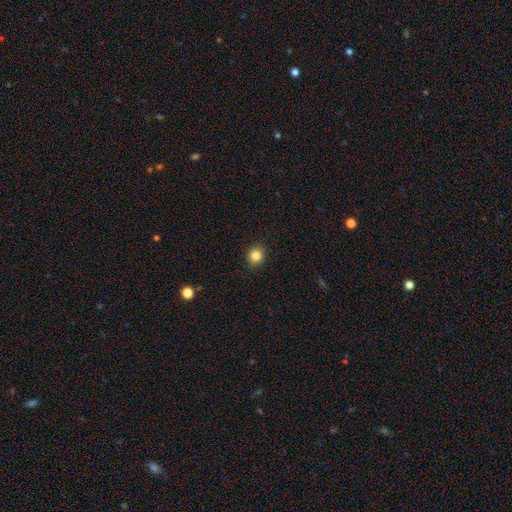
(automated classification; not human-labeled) This is clearly a smooth galaxy (84%). How rounded: clearly round (85%). Merging: clearly none (92%).